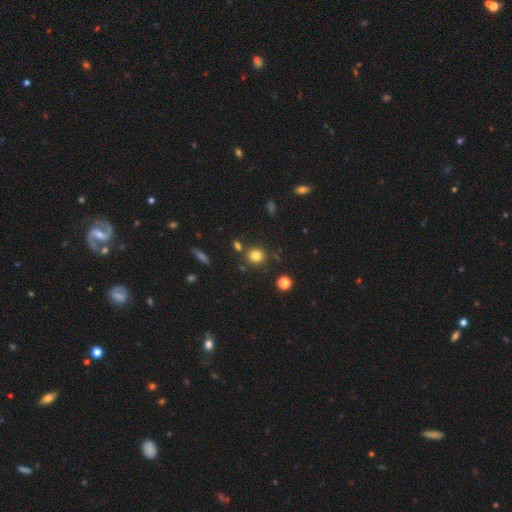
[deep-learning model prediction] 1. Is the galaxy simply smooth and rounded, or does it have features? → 81% smooth, 13% star or artifact, 7% featured or disk.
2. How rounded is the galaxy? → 88% round, 11% in between, 1% cigar-shaped.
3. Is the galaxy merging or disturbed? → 81% none, 9% minor disturbance, 7% merger, 3% major disturbance.